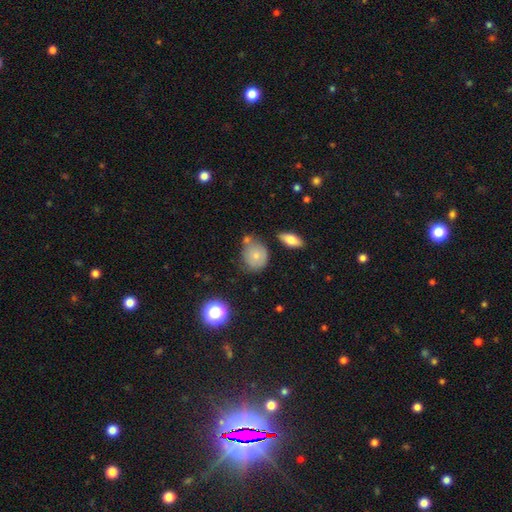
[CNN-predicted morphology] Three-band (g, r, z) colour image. It shows a smooth galaxy with no disk features (72%) that is round (64%). Merging: none (53%).